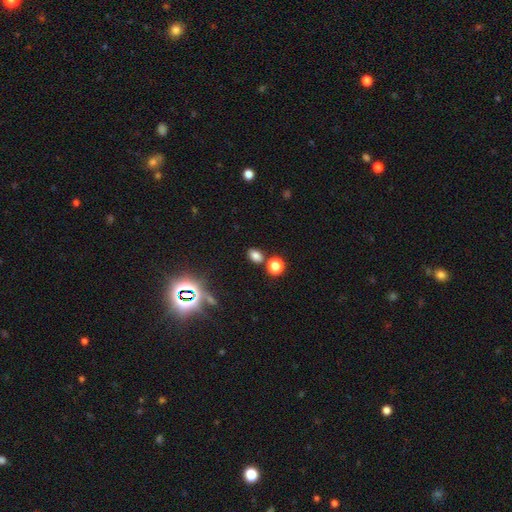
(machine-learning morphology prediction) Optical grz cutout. It shows a smooth galaxy with no disk features (75%) that is in between round and cigar-shaped (73%). Merging: none (76%).